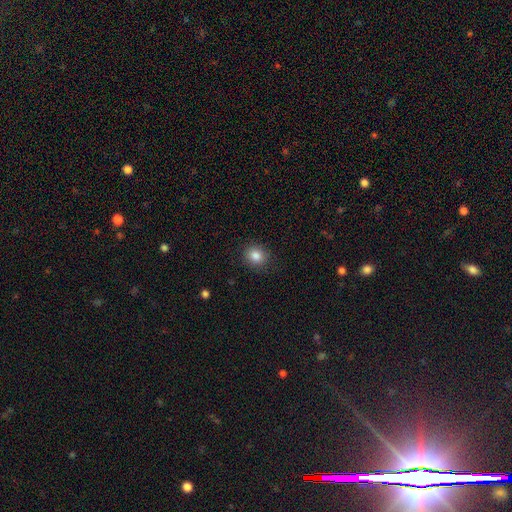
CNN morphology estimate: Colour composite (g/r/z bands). It shows a smooth galaxy with no disk features (85%) that is round (77%). Merging: none (89%).